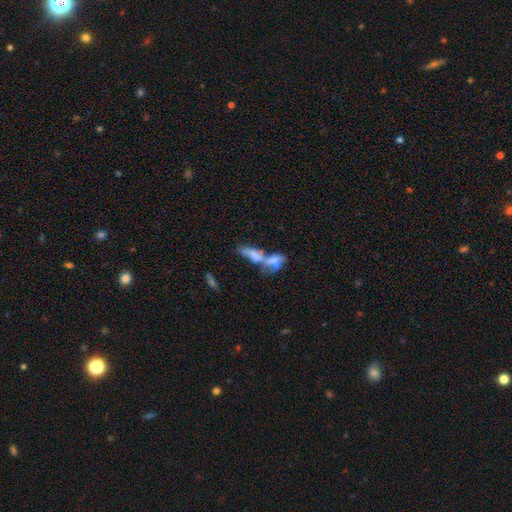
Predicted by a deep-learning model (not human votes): A smooth galaxy with no disk features (44%). Merging: merger (69%).